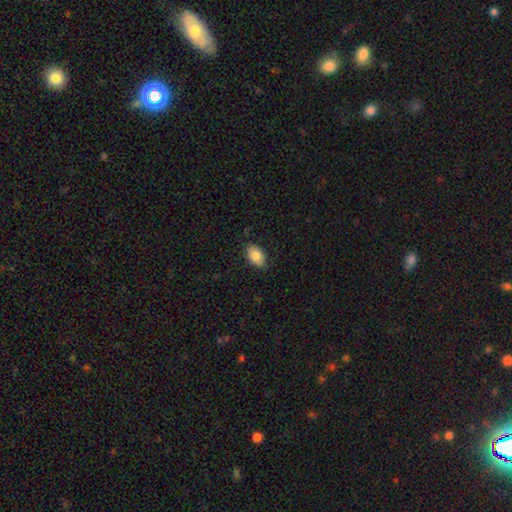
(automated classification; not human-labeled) smooth_or_featured: smooth (p=0.85) [alt: featured or disk p=0.07]
how_rounded: in between (p=0.88) [alt: round p=0.11]
merging: none (p=0.86) [alt: minor disturbance p=0.11]